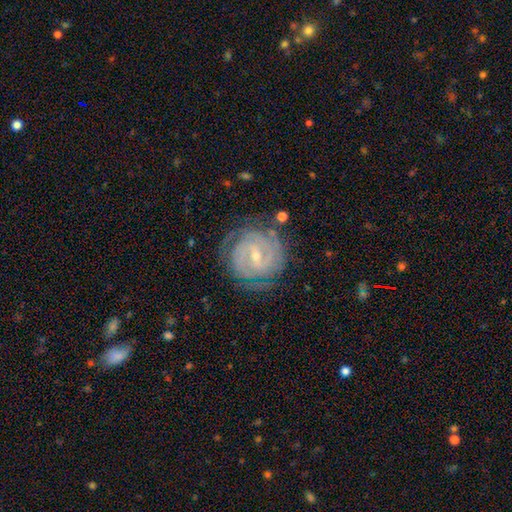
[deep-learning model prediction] Overall: featured or disk (88%). Edge-on disk: no (97%). Bar: weak (53%; strong 25%). Spiral arms: yes (98%). Spiral arm count: 2 (33%; can't tell 22%). Spiral winding: tight (79%). Bulge size: small (66%; moderate 31%). Merging: none (79%).